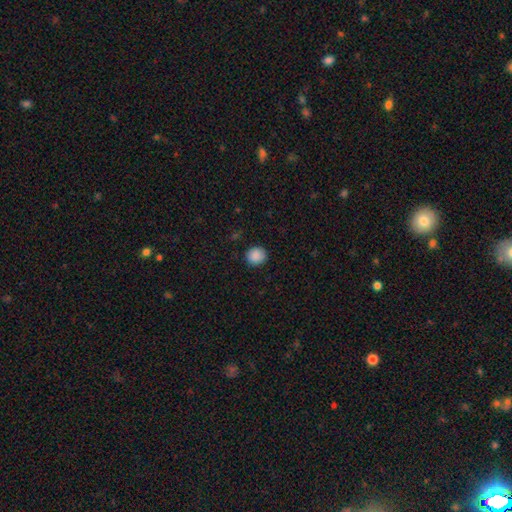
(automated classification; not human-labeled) A smooth galaxy with no disk features (89%) that is round (84%).

Vote fractions:
- Smooth or featured? smooth: 89% / star or artifact: 9% / featured or disk: 3%
- How rounded? round: 84% / in between: 15% / cigar-shaped: 1%
- Merging? none: 89% / minor disturbance: 8% / major disturbance: 2% / merger: 1%